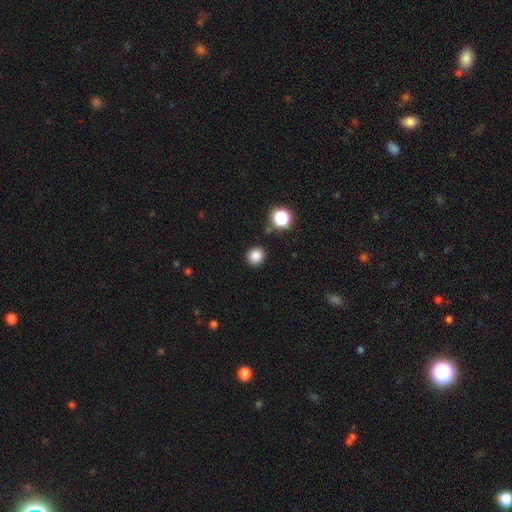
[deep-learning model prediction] A smooth galaxy with no disk features (84%) that is round (87%). Merging: none (87%).